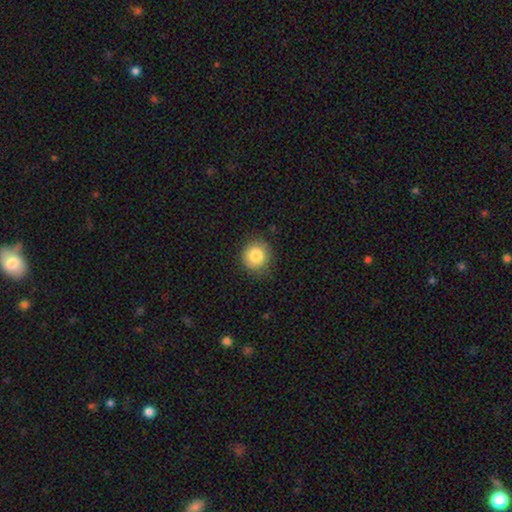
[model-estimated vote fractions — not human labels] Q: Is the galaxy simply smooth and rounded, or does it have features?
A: smooth — 84%.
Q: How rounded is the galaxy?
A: round — 91%.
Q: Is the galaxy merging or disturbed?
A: none — 85%.